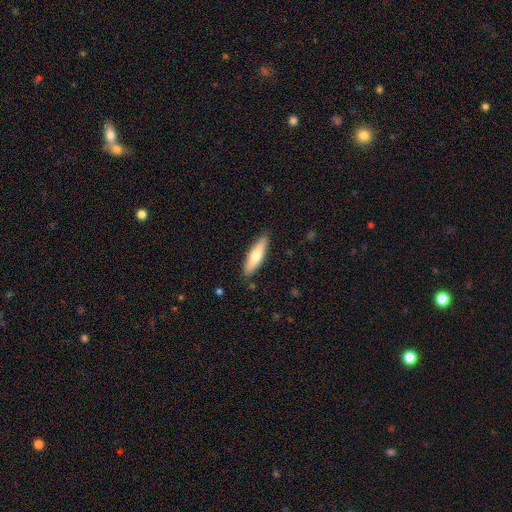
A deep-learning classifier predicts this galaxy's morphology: A smooth galaxy with no disk features (68%) that is cigar-shaped (70%).

Vote fractions:
- Smooth or featured? smooth: 68% / featured or disk: 27% / star or artifact: 5%
- How rounded? cigar-shaped: 70% / in between: 29% / round: 1%
- Merging? none: 88% / minor disturbance: 9% / major disturbance: 2% / merger: 1%